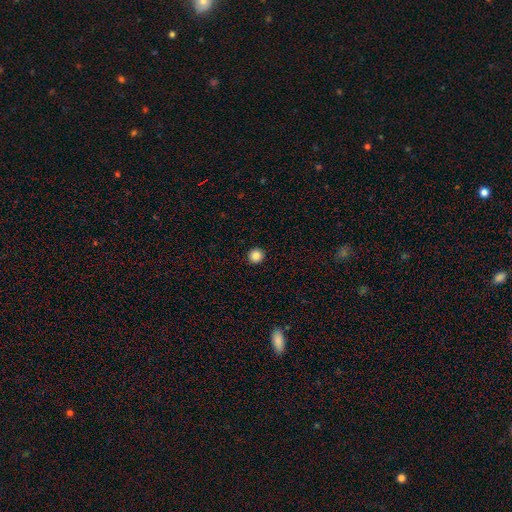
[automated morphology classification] A smooth galaxy with no disk features (85%) that is round (95%). Merging: none (94%).